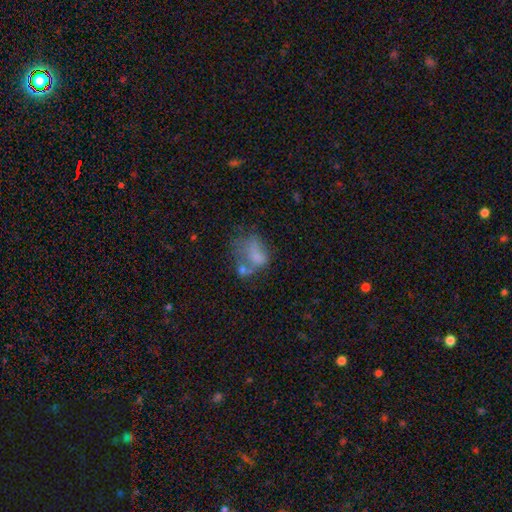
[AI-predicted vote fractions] The model was most divided on "merging": major disturbance: 34%, none: 24%, merger: 23%, minor disturbance: 19%. More confident: how rounded — in between (74%); smooth or featured — smooth (56%).